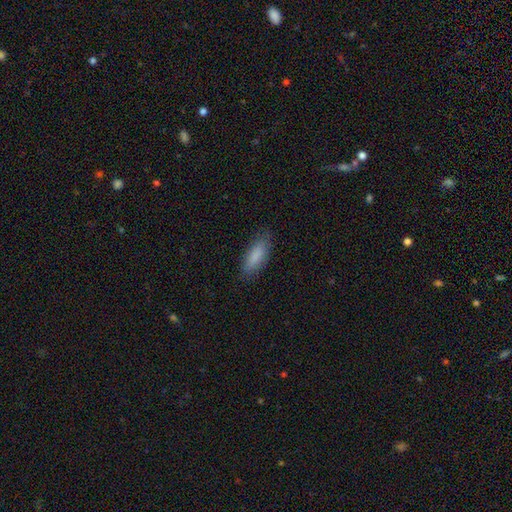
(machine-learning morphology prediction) The model was most divided on "how rounded": in between: 62%, cigar-shaped: 36%, round: 2%. More confident: smooth or featured — smooth (86%); merging — none (83%).